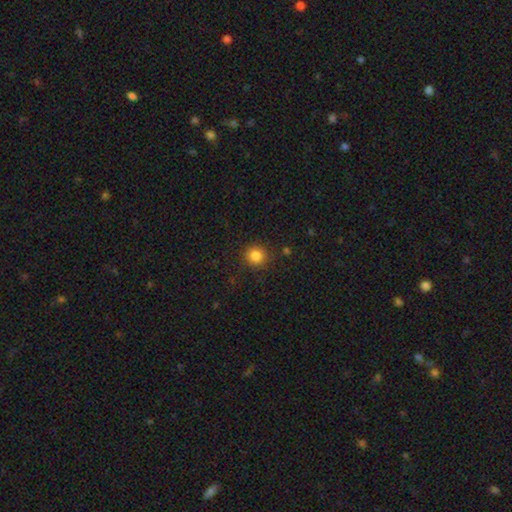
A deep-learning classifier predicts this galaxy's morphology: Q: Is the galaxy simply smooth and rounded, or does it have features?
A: smooth — 84%.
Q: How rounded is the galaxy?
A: round — 91%.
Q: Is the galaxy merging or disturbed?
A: none — 88%.